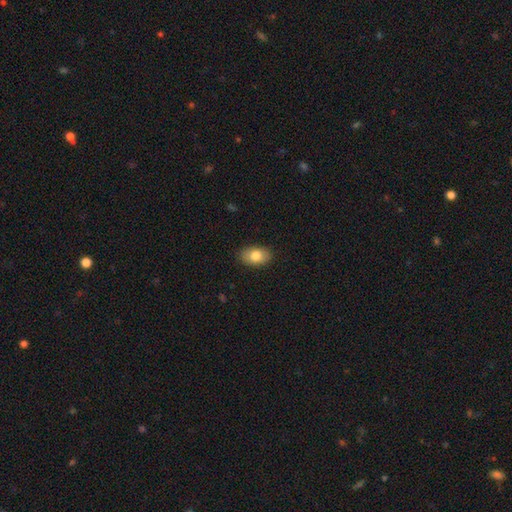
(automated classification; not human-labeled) smooth-or-featured: smooth: 82% | featured or disk: 11% | star or artifact: 7%
  how-rounded: in between: 89% | round: 10% | cigar-shaped: 1%
  merging: none: 88% | minor disturbance: 9% | major disturbance: 2% | merger: 1%